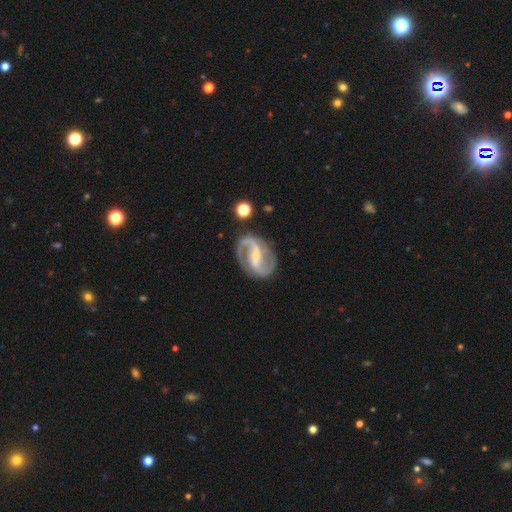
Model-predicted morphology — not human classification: A featured or disk galaxy (91%) with a strong bar (50%), 2 (93%) medium (54%) spiral arms (97%) and a small central bulge (66%). Merging: none (82%).